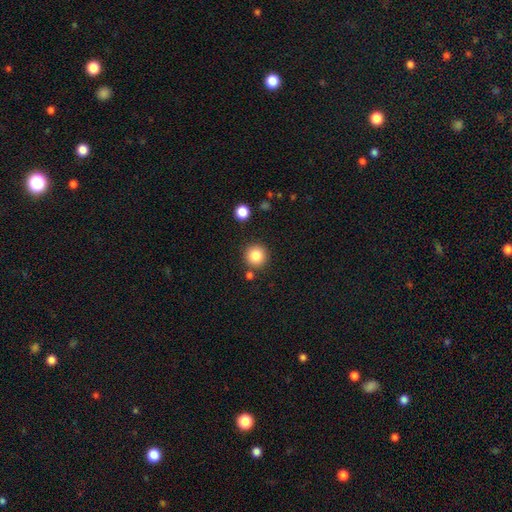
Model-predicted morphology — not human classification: Overall: smooth (84%). How rounded: round (95%). Merging: none (86%).